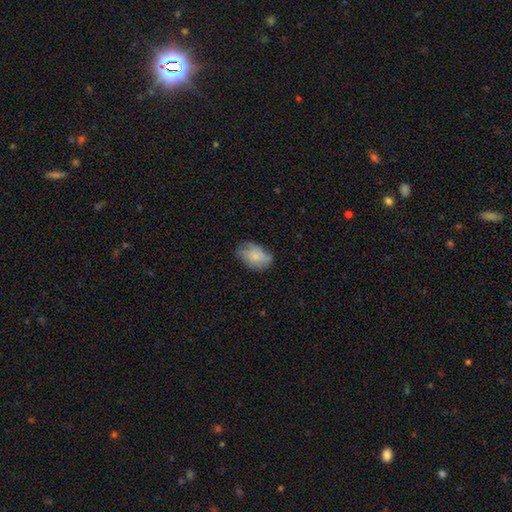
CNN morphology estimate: Q: Smooth or featured?
A: smooth (67%); runner-up: featured or disk (25%)
Q: How rounded?
A: in between (85%); runner-up: round (14%)
Q: Merging?
A: none (62%); runner-up: minor disturbance (28%)